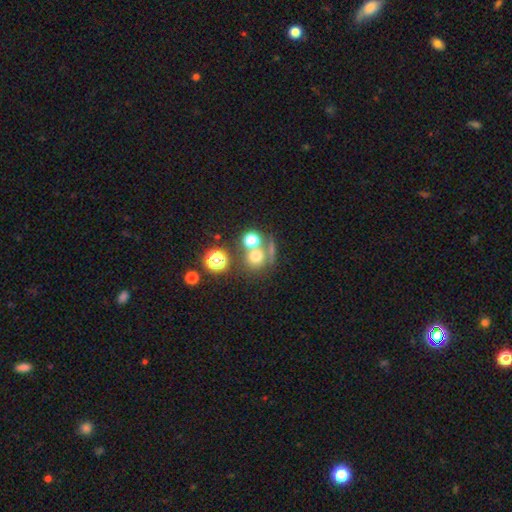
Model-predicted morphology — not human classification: This is likely a smooth galaxy (65%). How rounded: clearly round (87%). Merging: possibly none (54%).